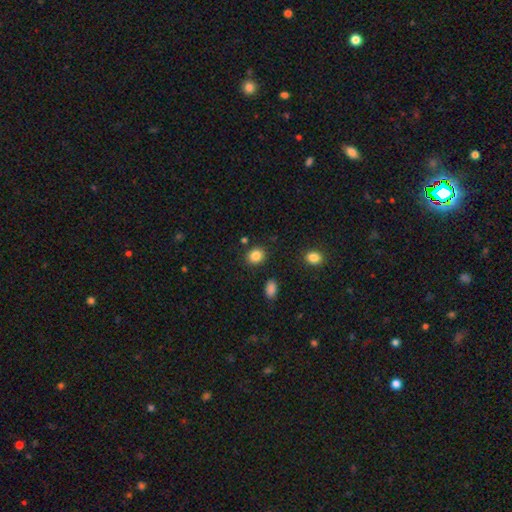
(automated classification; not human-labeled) The model was most divided on "how rounded": round: 70%, in between: 29%, cigar-shaped: 1%. More confident: merging — none (86%); smooth or featured — smooth (85%).